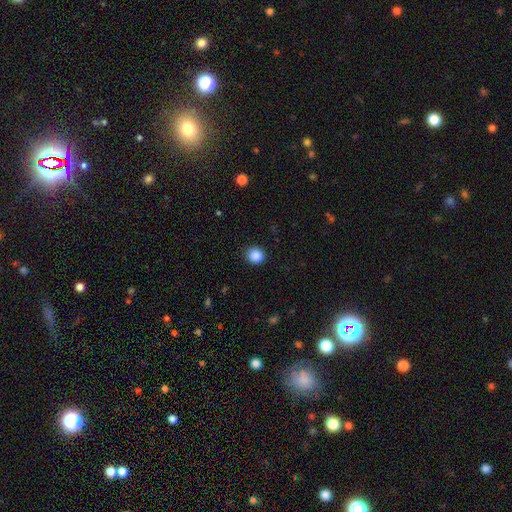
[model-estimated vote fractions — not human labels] smooth 87%, star or artifact 10%, featured or disk 3%. Down the decision tree: how rounded — round (85%); merging — none (89%).